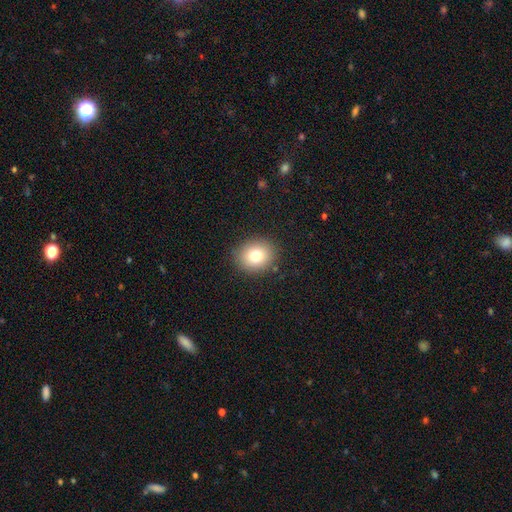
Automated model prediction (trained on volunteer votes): Smooth or featured? Predicted: smooth (p=0.78). How rounded? Predicted: round (p=0.72). Merging? Predicted: none (p=0.88).